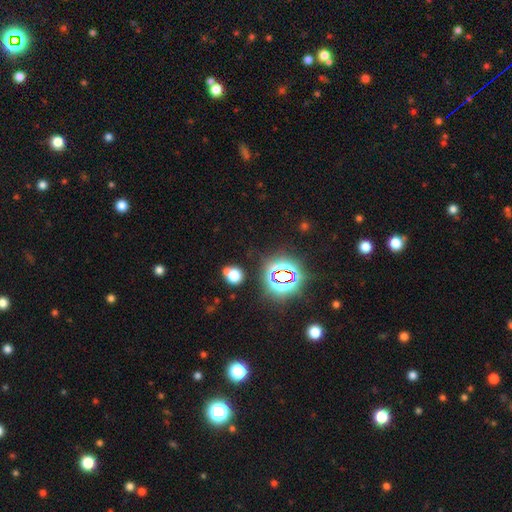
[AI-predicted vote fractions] Smooth or featured: star or artifact — 78% (smooth — 15%)